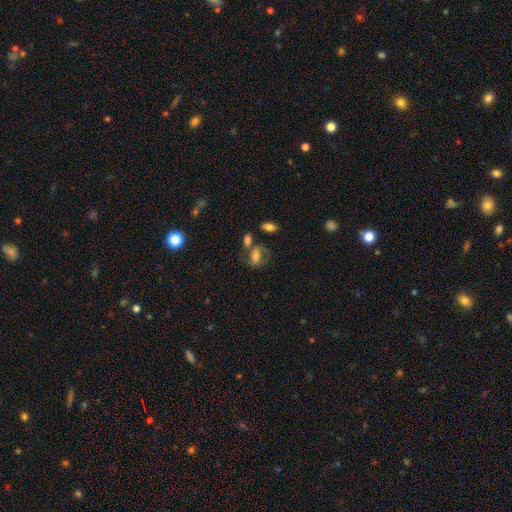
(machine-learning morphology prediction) Smooth or featured: smooth — 62% (featured or disk — 26%)
How rounded: in between — 79% (round — 17%)
Merging: none — 41% (merger — 24%)